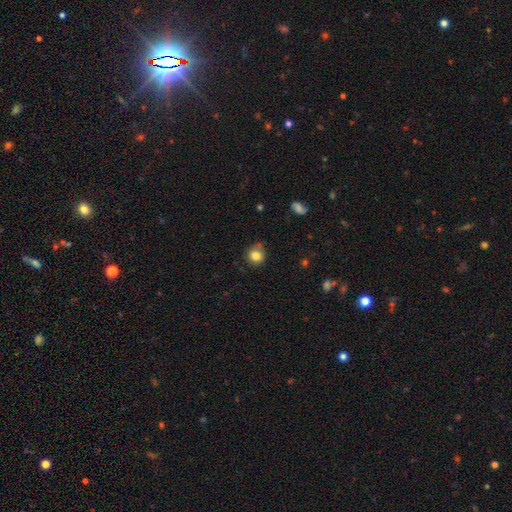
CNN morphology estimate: smooth_or_featured: smooth (p=0.82) [alt: star or artifact p=0.11]
how_rounded: round (p=0.84) [alt: in between p=0.15]
merging: none (p=0.71) [alt: minor disturbance p=0.21]